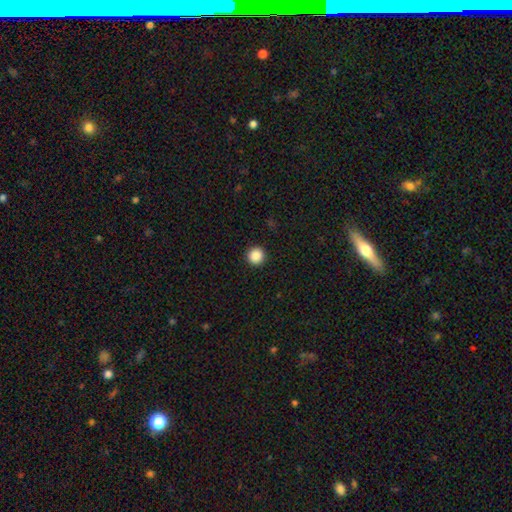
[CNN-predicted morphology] This is clearly a smooth galaxy (88%). How rounded: clearly round (96%). Merging: clearly none (93%).